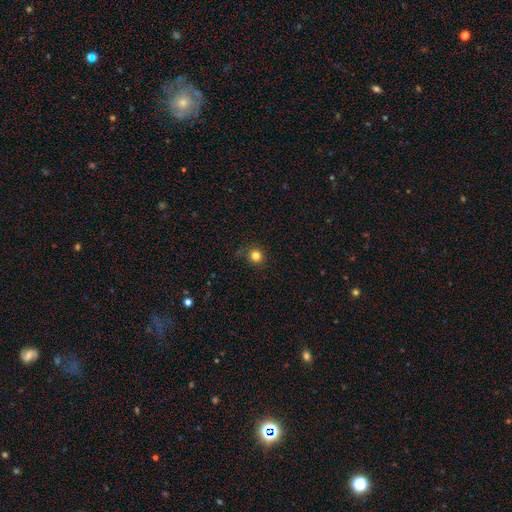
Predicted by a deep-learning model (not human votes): Smooth or featured? smooth (81%)
How rounded? round (92%)
Merging? none (85%)